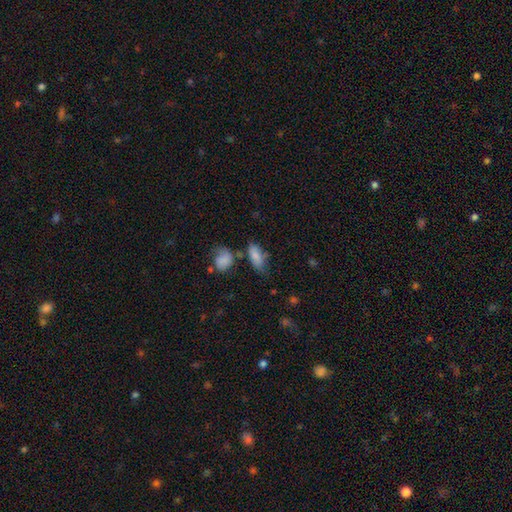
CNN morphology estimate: This appears to be a smooth galaxy with no disk features (81%) that is in between round and cigar-shaped (85%). Merging: none (50%).